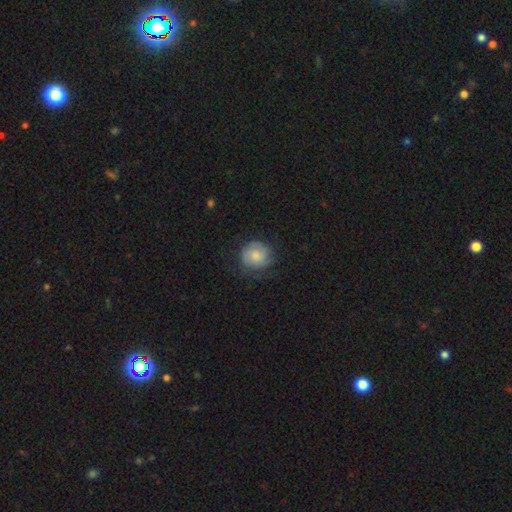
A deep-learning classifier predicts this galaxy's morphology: This is possibly a smooth galaxy (53%). How rounded: clearly round (84%). Merging: likely none (68%).